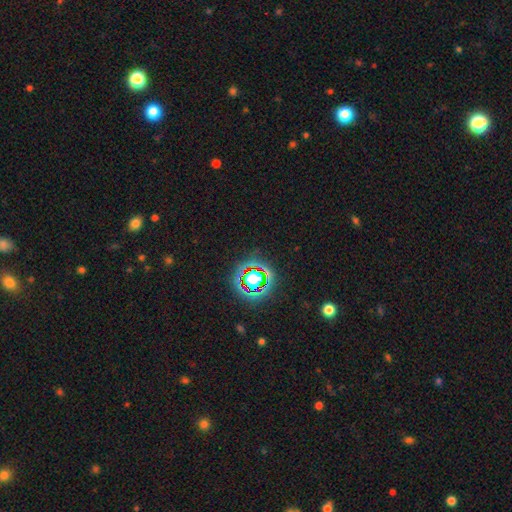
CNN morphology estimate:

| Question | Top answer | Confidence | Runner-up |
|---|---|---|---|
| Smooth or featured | star or artifact | 81% | smooth (12%) |